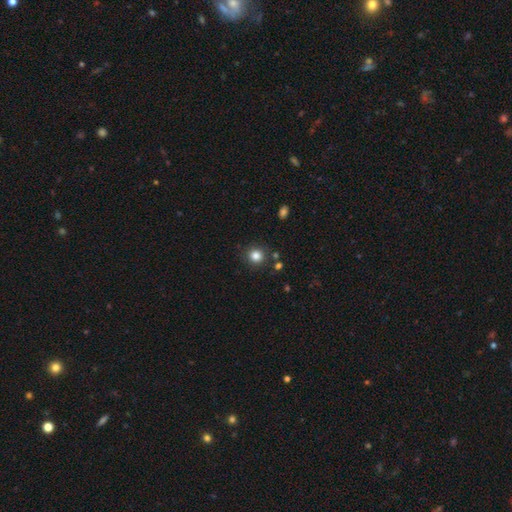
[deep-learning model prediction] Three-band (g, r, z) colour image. It shows a smooth galaxy with no disk features (83%) that is round (90%). Merging: none (86%).